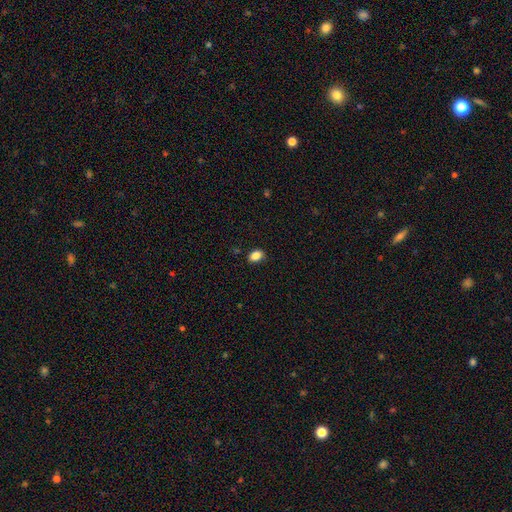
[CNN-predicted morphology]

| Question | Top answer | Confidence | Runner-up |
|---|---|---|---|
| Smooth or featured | smooth | 86% | star or artifact (10%) |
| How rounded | in between | 76% | round (22%) |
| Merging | none | 87% | minor disturbance (10%) |